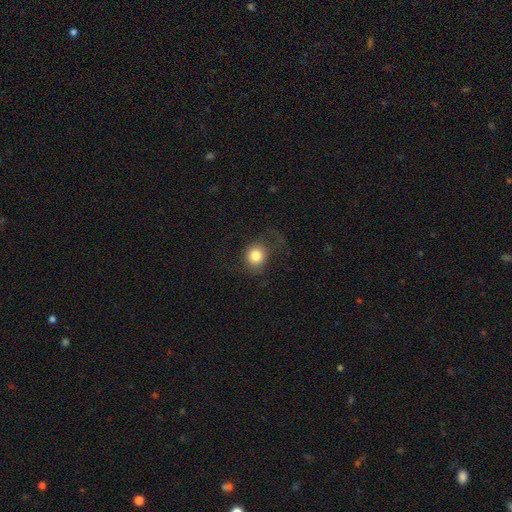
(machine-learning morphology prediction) type=smooth (80%); roundness=round (80%); merging=none (66%).